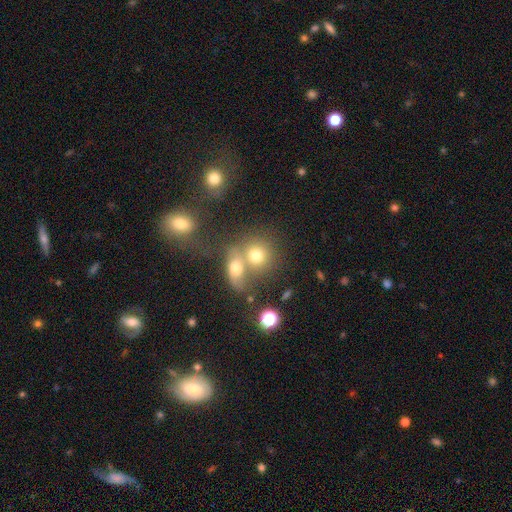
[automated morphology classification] smooth 70%, featured or disk 16%, star or artifact 15%. Down the decision tree: how rounded — round (73%); merging — merger (49%).